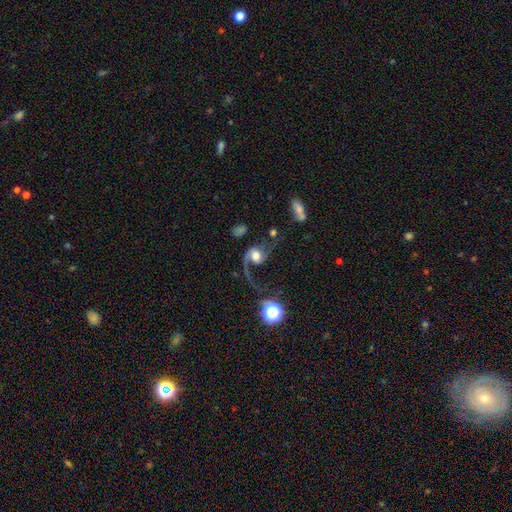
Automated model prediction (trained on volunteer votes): Morphology: type=featured or disk (75%); edge-on=no (97%); bar=no (63%); spiral arms=yes (93%); winding=loose (69%); arm count=2 (56%); bulge=moderate (44%); merging=none (39%, tied with major disturbance).